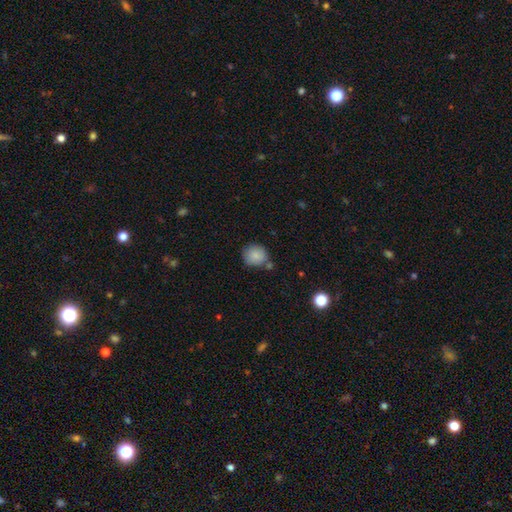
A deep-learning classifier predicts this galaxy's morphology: Smooth or featured? Predicted: smooth (p=0.86). How rounded? Predicted: round (p=0.84). Merging? Predicted: none (p=0.68).